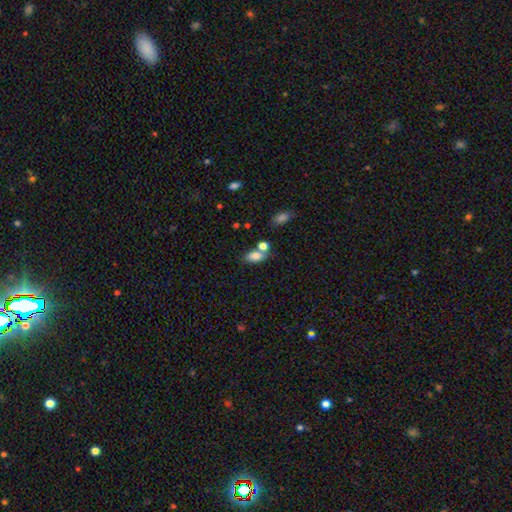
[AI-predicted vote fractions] Smooth or featured?
  - smooth: 79% *
  - featured or disk: 12%
  - star or artifact: 9%
How rounded?
  - in between: 88% *
  - round: 7%
  - cigar-shaped: 5%
Merging?
  - none: 50% *
  - merger: 32%
  - minor disturbance: 13%
  - major disturbance: 5%